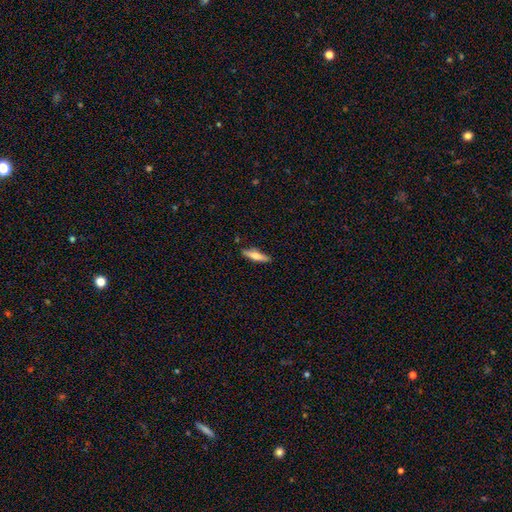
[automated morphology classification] type=smooth (57%); roundness=cigar-shaped (77%); merging=none (87%).